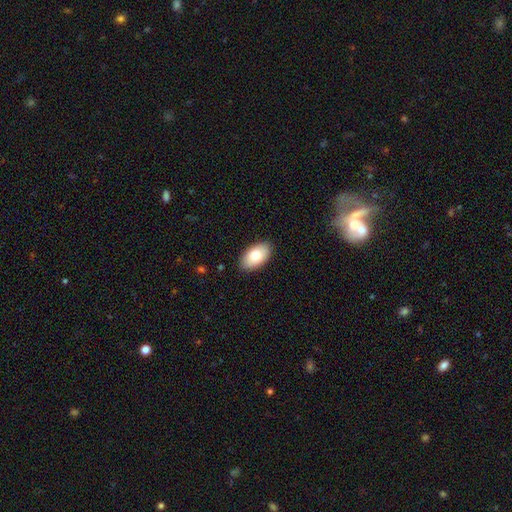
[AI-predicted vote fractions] Smooth or featured: smooth — 80% (featured or disk — 13%)
How rounded: in between — 95% (round — 4%)
Merging: none — 88% (minor disturbance — 9%)